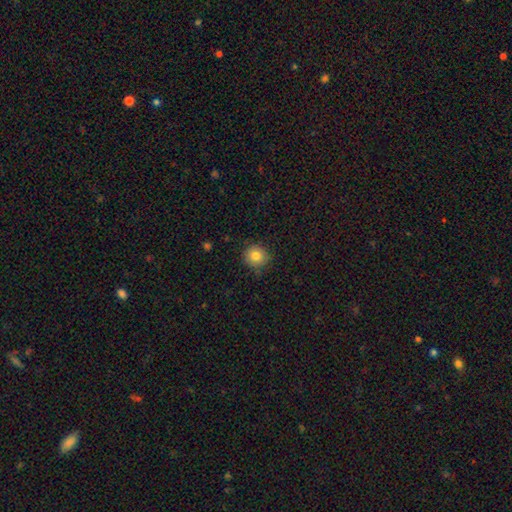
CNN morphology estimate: smooth 83%, star or artifact 10%, featured or disk 8%. Down the decision tree: how rounded — round (89%); merging — none (86%).